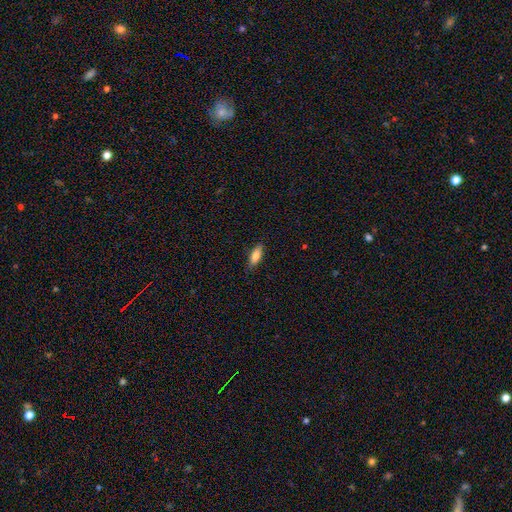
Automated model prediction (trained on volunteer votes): A smooth galaxy with no disk features (80%) that is in between round and cigar-shaped (65%).

Vote fractions:
- Smooth or featured? smooth: 80% / featured or disk: 14% / star or artifact: 6%
- How rounded? in between: 65% / cigar-shaped: 33% / round: 2%
- Merging? none: 83% / minor disturbance: 13% / major disturbance: 3% / merger: 1%